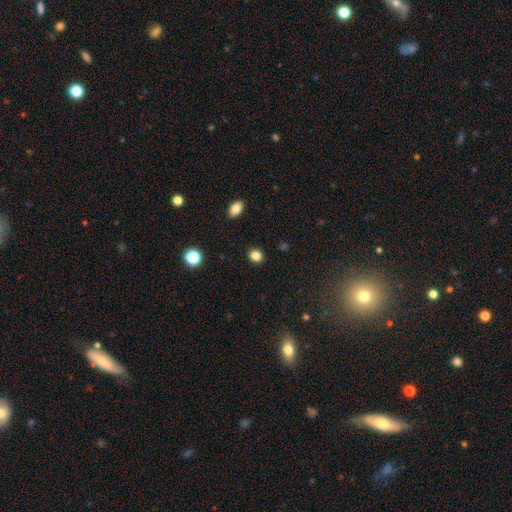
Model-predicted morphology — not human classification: smooth-or-featured: smooth: 85% | star or artifact: 11% | featured or disk: 4%
  how-rounded: round: 65% | in between: 34% | cigar-shaped: 1%
  merging: none: 90% | minor disturbance: 7% | major disturbance: 2% | merger: 1%